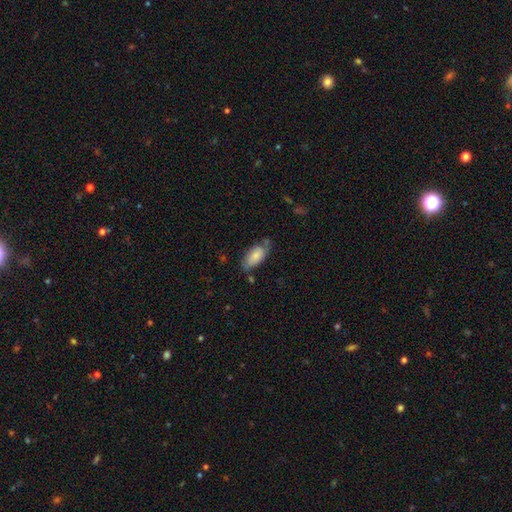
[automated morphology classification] The model was most divided on "merging": none: 55%, minor disturbance: 29%, merger: 8%, major disturbance: 7%. More confident: how rounded — in between (92%); smooth or featured — smooth (78%).